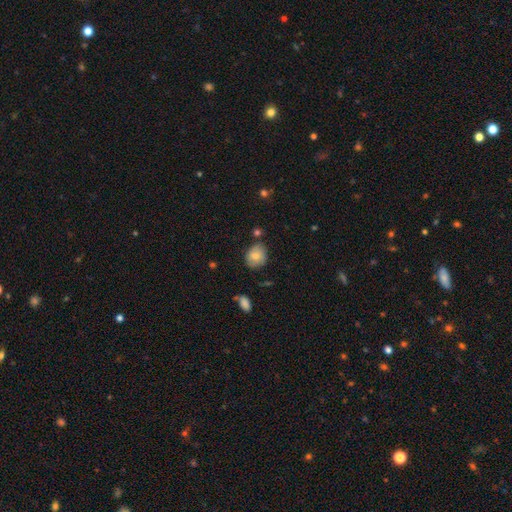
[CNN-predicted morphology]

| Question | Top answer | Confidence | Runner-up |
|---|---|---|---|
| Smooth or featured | smooth | 74% | featured or disk (17%) |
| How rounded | round | 55% | in between (44%) |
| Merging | none | 74% | minor disturbance (18%) |